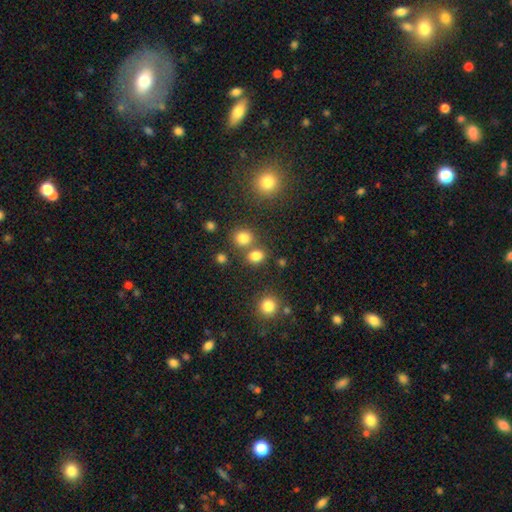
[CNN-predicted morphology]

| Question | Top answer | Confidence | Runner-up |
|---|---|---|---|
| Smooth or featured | smooth | 79% | star or artifact (15%) |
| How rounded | round | 65% | in between (34%) |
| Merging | none | 67% | merger (21%) |